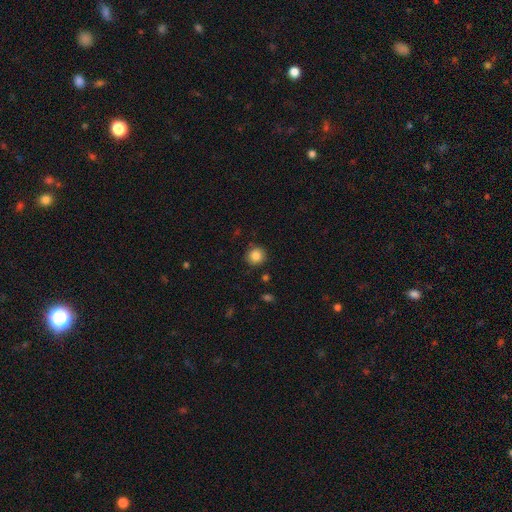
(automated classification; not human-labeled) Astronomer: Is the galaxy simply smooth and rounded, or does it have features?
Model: smooth — 85%.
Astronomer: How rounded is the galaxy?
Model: round — 93%.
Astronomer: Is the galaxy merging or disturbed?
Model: none — 88%.